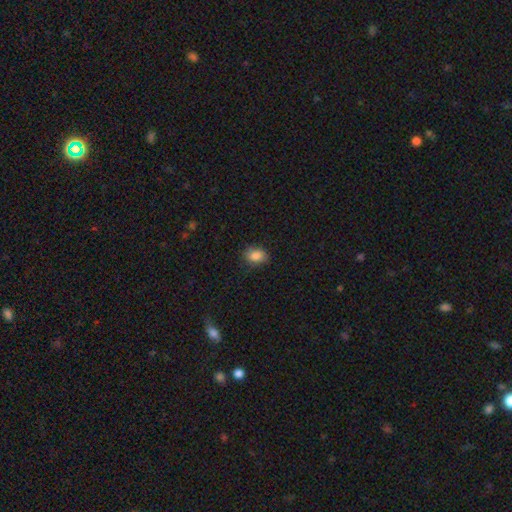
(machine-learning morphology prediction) Q: Smooth or featured?
A: smooth (86%); runner-up: star or artifact (9%)
Q: How rounded?
A: in between (69%); runner-up: round (30%)
Q: Merging?
A: none (80%); runner-up: minor disturbance (15%)